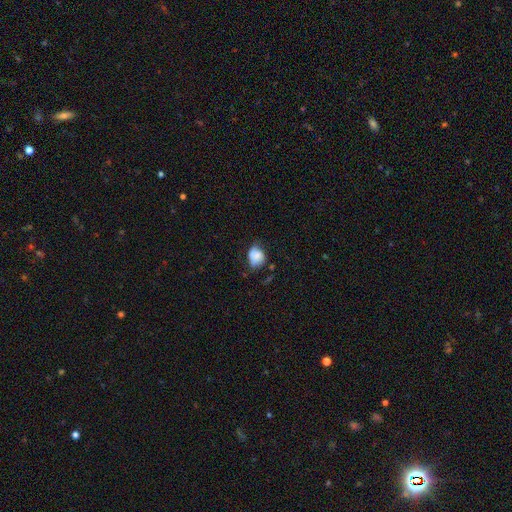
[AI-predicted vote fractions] This is likely a smooth galaxy (74%). How rounded: possibly in between (56%). Merging: possibly none (45%).